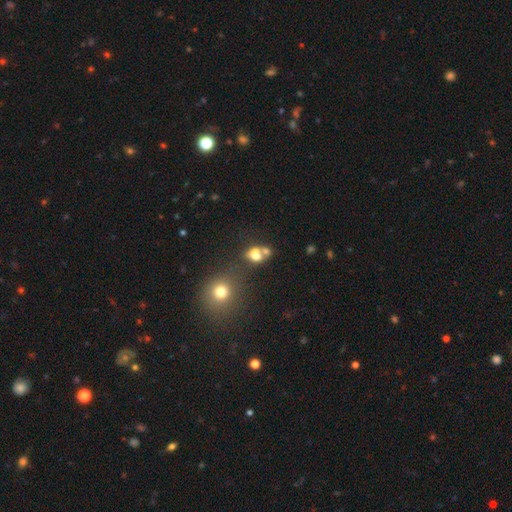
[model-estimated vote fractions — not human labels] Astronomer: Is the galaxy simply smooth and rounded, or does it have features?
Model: smooth — 68%.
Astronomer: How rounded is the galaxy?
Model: round — 51% (runner-up: in between, 48%).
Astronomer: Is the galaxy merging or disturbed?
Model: merger — 51% (runner-up: none, 32%).